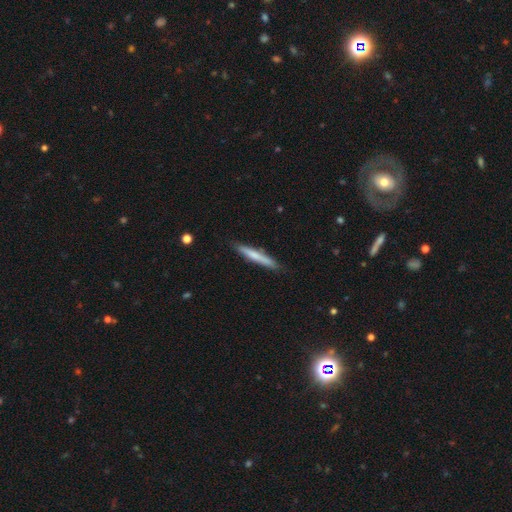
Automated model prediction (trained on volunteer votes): Smooth or featured: smooth — 65% (featured or disk — 30%)
How rounded: cigar-shaped — 95% (in between — 4%)
Merging: none — 85% (minor disturbance — 11%)